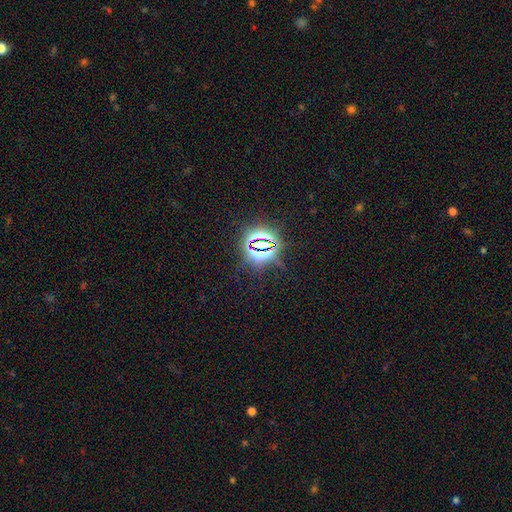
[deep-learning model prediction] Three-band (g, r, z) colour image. It shows a star or artifact, not a galaxy (81%).